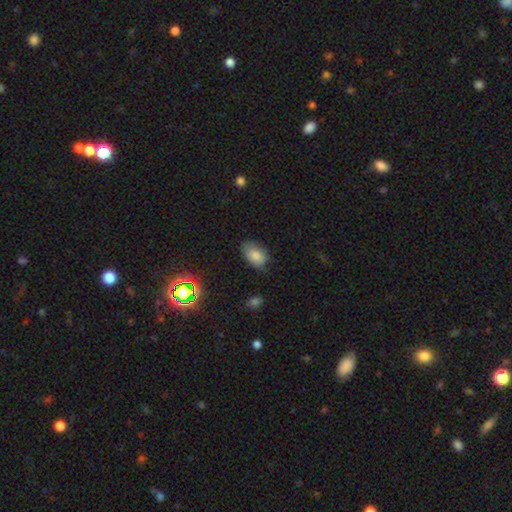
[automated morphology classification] The model was most divided on "merging": none: 64%, minor disturbance: 28%, major disturbance: 6%, merger: 2%. More confident: how rounded — in between (89%); smooth or featured — smooth (80%).